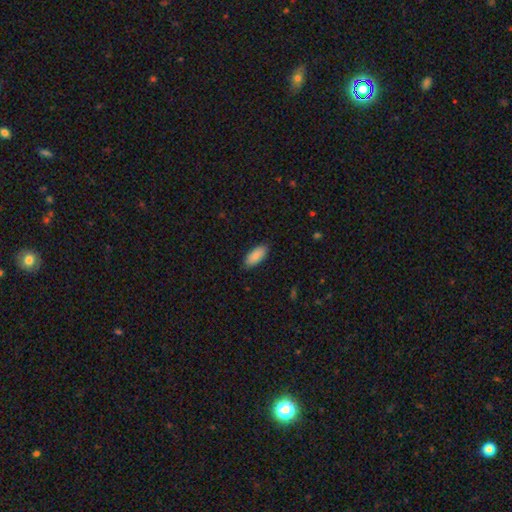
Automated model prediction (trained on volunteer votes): Morphology: type=smooth (90%); roundness=in between (87%); merging=none (87%).